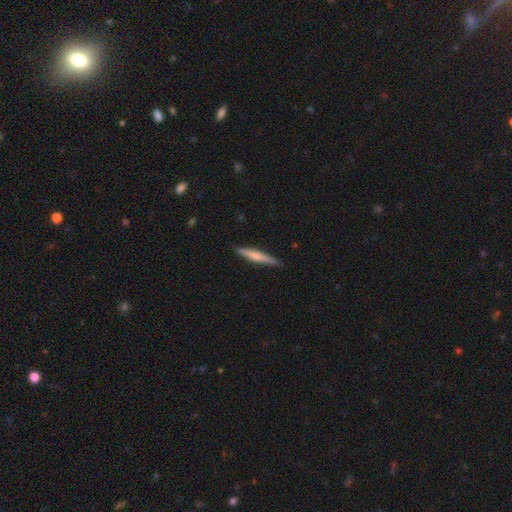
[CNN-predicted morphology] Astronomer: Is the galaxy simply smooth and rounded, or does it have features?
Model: smooth — 59% (runner-up: featured or disk, 36%).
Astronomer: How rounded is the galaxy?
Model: cigar-shaped — 93%.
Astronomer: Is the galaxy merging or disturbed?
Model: none — 86%.